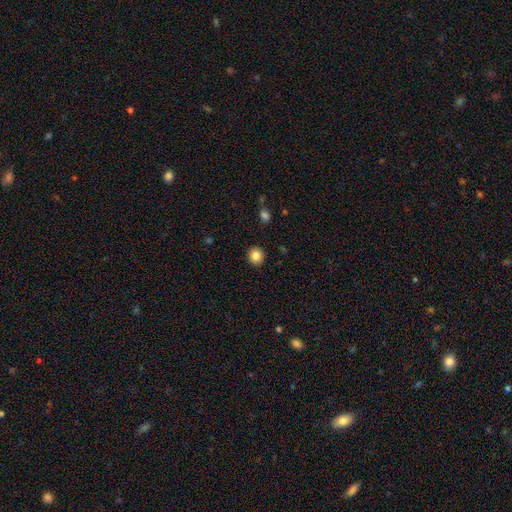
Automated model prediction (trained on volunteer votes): Q: Smooth or featured?
A: smooth (85%); runner-up: star or artifact (10%)
Q: How rounded?
A: round (86%); runner-up: in between (13%)
Q: Merging?
A: none (91%); runner-up: minor disturbance (6%)